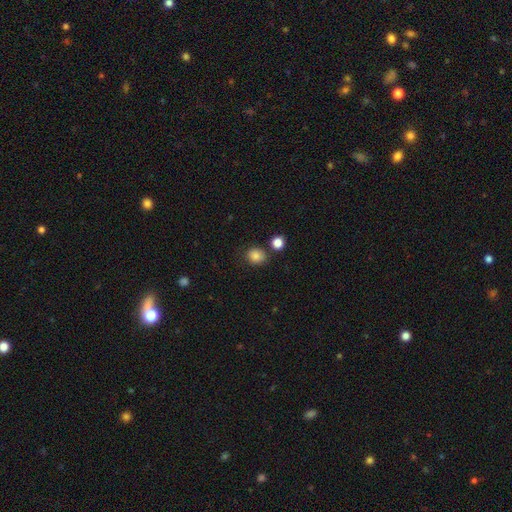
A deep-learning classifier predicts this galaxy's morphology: smooth 85%, star or artifact 11%, featured or disk 5%. Down the decision tree: how rounded — round (68%); merging — none (77%).